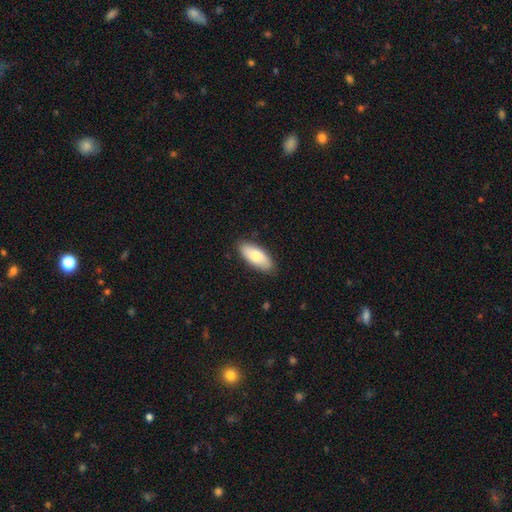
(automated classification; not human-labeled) smooth_or_featured: smooth (p=0.77) [alt: featured or disk p=0.18]
how_rounded: in between (p=0.83) [alt: cigar-shaped p=0.15]
merging: none (p=0.87) [alt: minor disturbance p=0.11]